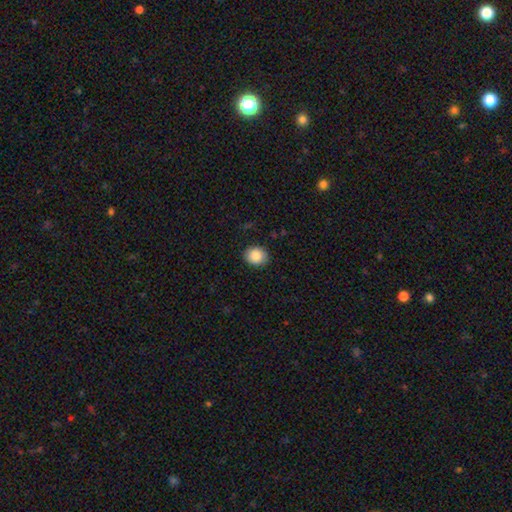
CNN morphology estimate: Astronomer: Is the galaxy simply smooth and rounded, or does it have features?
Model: smooth — 88%.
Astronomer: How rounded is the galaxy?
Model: round — 71%.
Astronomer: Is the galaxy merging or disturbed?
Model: none — 89%.